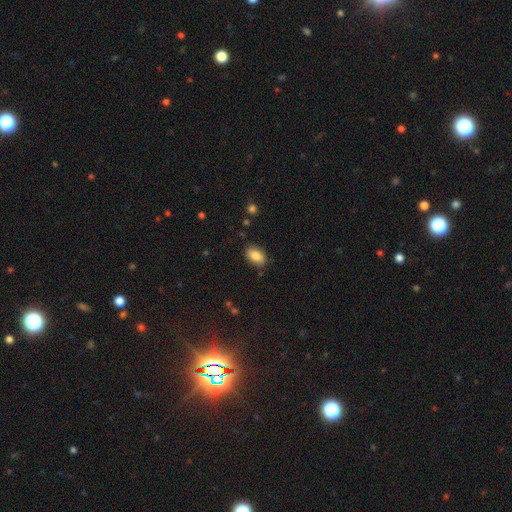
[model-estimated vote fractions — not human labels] Morphology: type=smooth (84%); roundness=in between (89%); merging=none (84%).